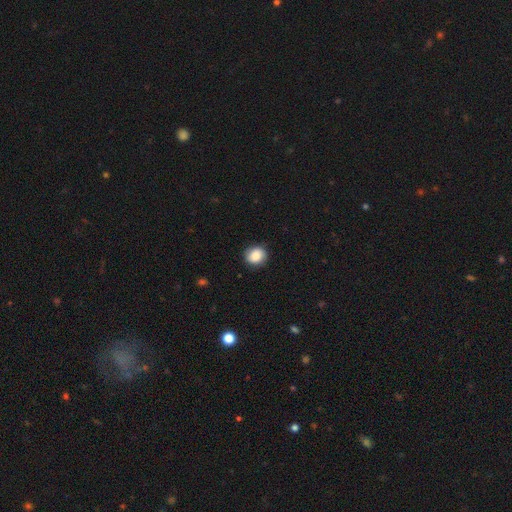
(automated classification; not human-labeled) Smooth or featured? smooth (83%)
How rounded? round (79%)
Merging? none (85%)